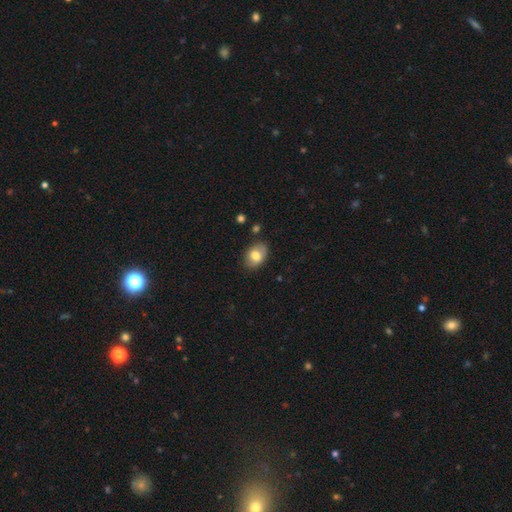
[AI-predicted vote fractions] smooth 76%, featured or disk 16%, star or artifact 8%. Down the decision tree: how rounded — in between (79%); merging — none (80%).